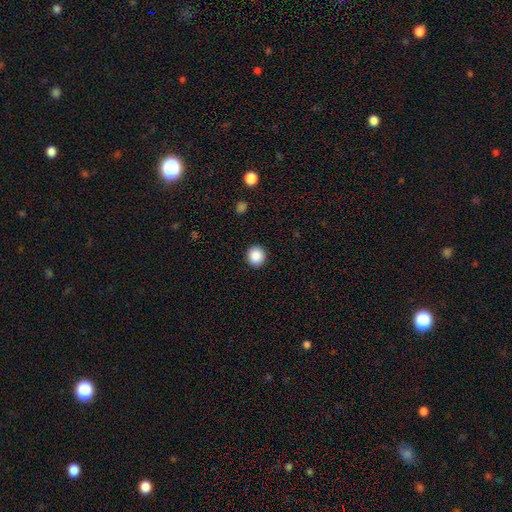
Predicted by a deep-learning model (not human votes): This is clearly a smooth galaxy (88%). How rounded: clearly round (93%). Merging: clearly none (92%).